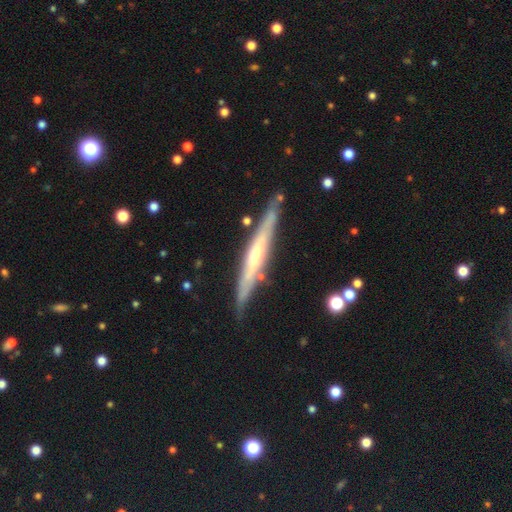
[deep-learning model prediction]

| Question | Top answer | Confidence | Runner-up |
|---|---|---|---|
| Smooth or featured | featured or disk | 71% | smooth (24%) |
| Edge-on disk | yes | 93% | no (7%) |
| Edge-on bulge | rounded | 57% | none (35%) |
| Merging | none | 81% | minor disturbance (13%) |